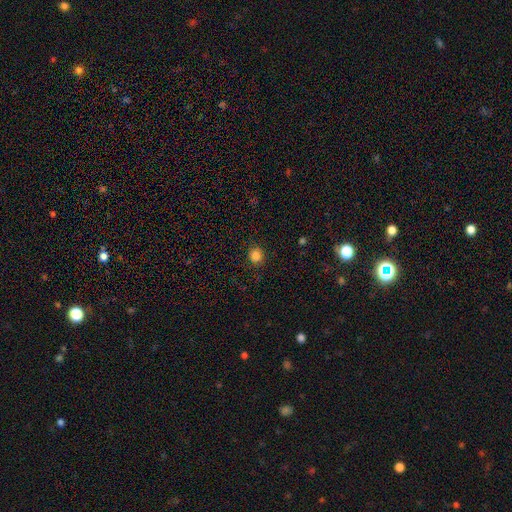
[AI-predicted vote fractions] smooth-or-featured: smooth: 84% | star or artifact: 12% | featured or disk: 4%
  how-rounded: round: 84% | in between: 15% | cigar-shaped: 1%
  merging: none: 88% | minor disturbance: 8% | major disturbance: 2% | merger: 1%